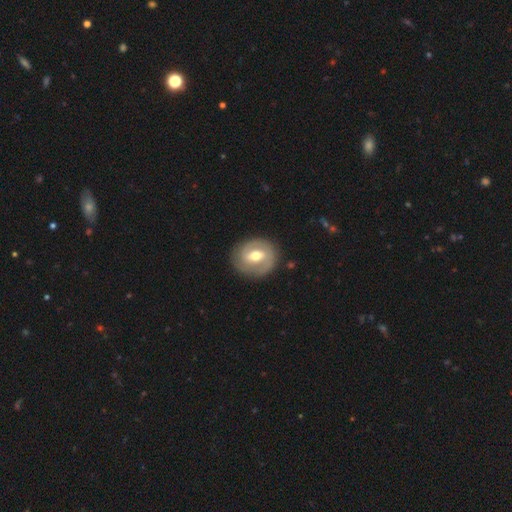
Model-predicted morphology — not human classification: featured or disk 67%, smooth 28%, star or artifact 5%. Down the decision tree: edge-on disk — no (96%); bar — weak (48%); spiral arms — yes (75%); bulge size — moderate (75%); merging — none (84%).